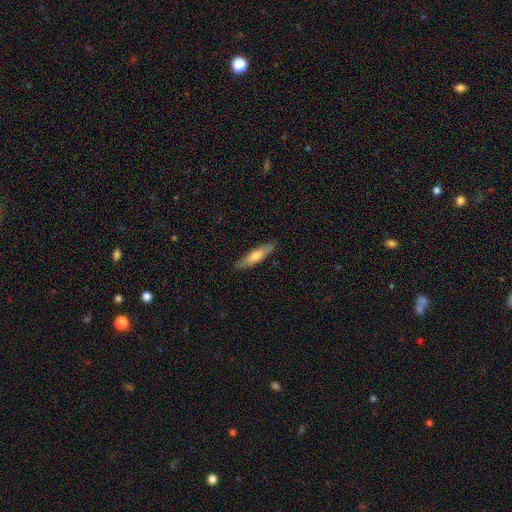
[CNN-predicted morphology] smooth 60%, featured or disk 34%, star or artifact 6%. Down the decision tree: how rounded — cigar-shaped (82%); merging — none (88%).